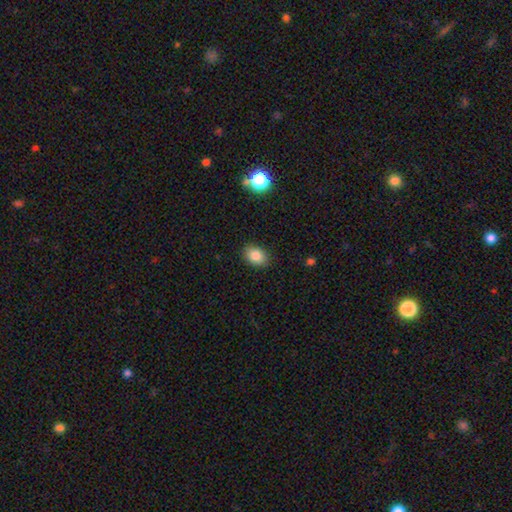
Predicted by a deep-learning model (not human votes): smooth-or-featured: smooth: 84% | star or artifact: 9% | featured or disk: 7%
  how-rounded: in between: 75% | round: 24% | cigar-shaped: 1%
  merging: none: 88% | minor disturbance: 9% | major disturbance: 2% | merger: 1%